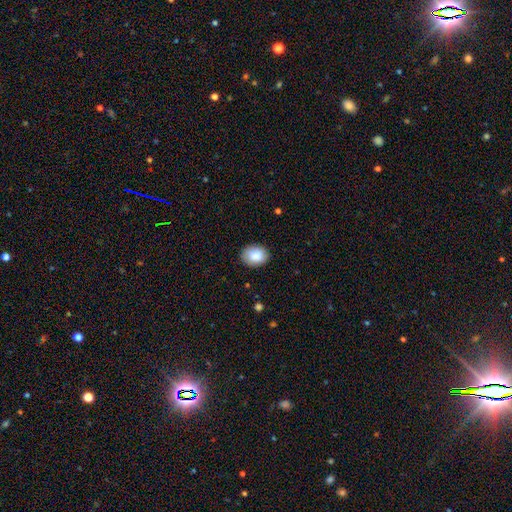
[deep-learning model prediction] This appears to be a smooth galaxy with no disk features (87%) that is in between round and cigar-shaped (61%). Merging: none (86%).